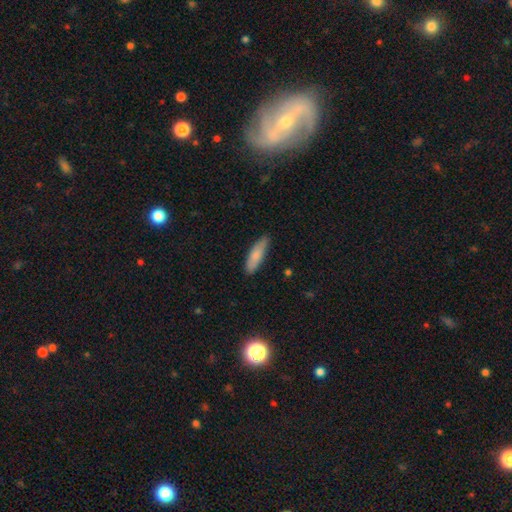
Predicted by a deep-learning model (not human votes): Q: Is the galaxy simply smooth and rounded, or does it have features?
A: smooth — 80%.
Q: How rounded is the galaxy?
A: cigar-shaped — 57%.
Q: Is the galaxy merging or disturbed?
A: none — 83%.